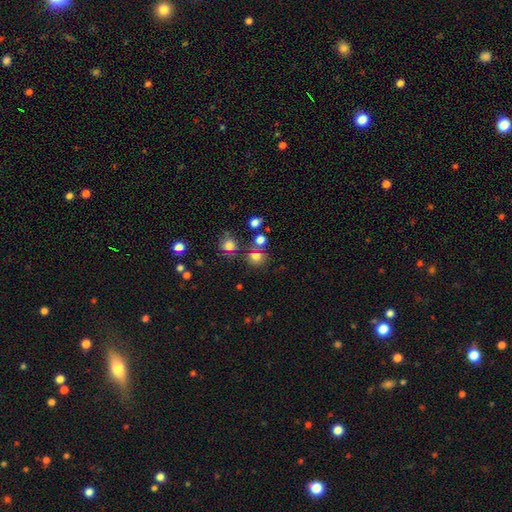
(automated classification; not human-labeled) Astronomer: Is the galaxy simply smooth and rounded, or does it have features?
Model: smooth — 73%.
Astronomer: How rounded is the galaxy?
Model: round — 82%.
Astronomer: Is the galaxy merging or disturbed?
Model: none — 67%.